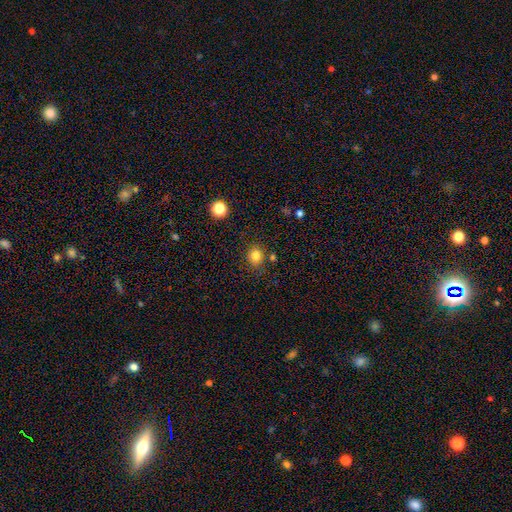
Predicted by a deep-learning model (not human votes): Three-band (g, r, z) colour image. It shows a smooth galaxy with no disk features (81%) that is round (73%). Merging: none (79%).